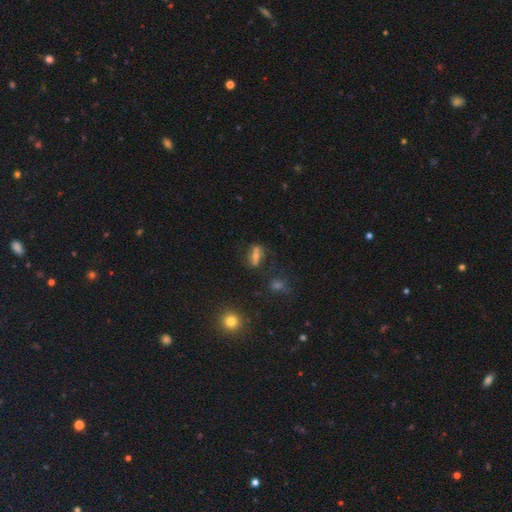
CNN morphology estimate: This is possibly a smooth galaxy (48%). Merging: likely none (64%).